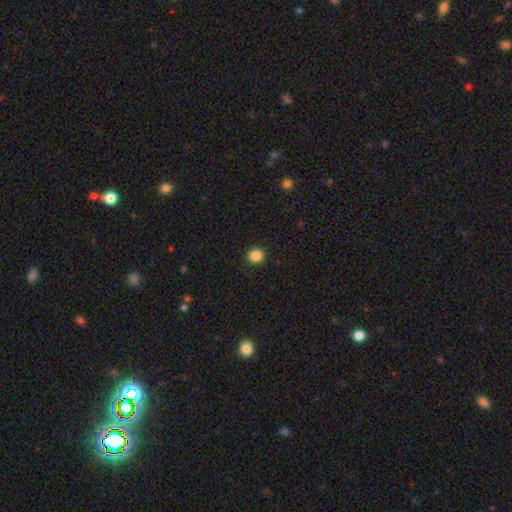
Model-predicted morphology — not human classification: Smooth or featured? smooth (87%)
How rounded? round (89%)
Merging? none (92%)